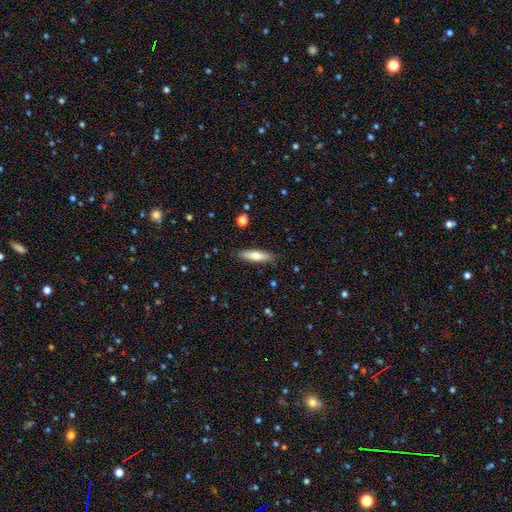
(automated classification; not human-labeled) A smooth galaxy with no disk features (74%) that is cigar-shaped (59%). Merging: none (86%).